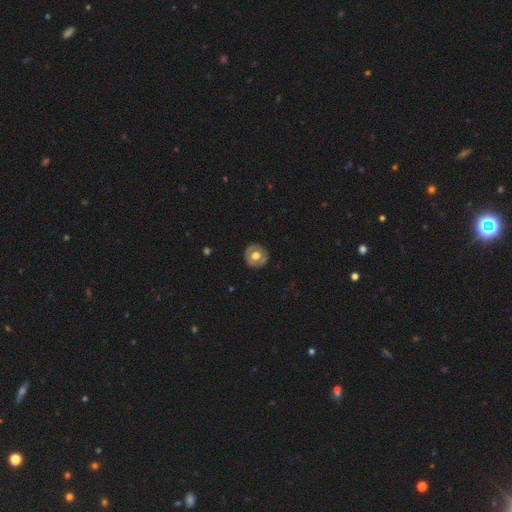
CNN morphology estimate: A smooth galaxy with no disk features (52%) that is round (92%). Merging: none (86%).